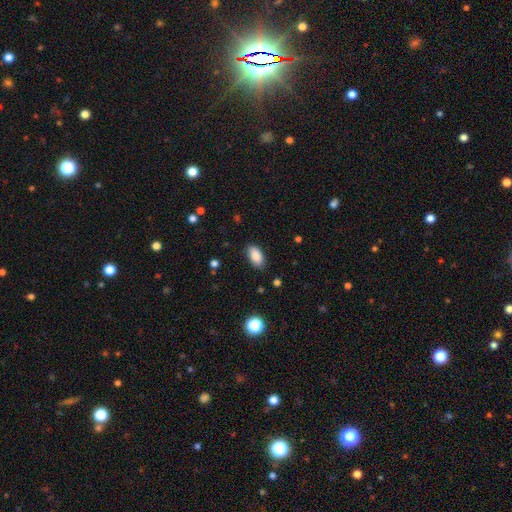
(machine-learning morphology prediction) A smooth galaxy with no disk features (88%) that is in between round and cigar-shaped (93%).

Vote fractions:
- Smooth or featured? smooth: 88% / star or artifact: 7% / featured or disk: 5%
- How rounded? in between: 93% / round: 4% / cigar-shaped: 3%
- Merging? none: 85% / minor disturbance: 11% / major disturbance: 3% / merger: 1%